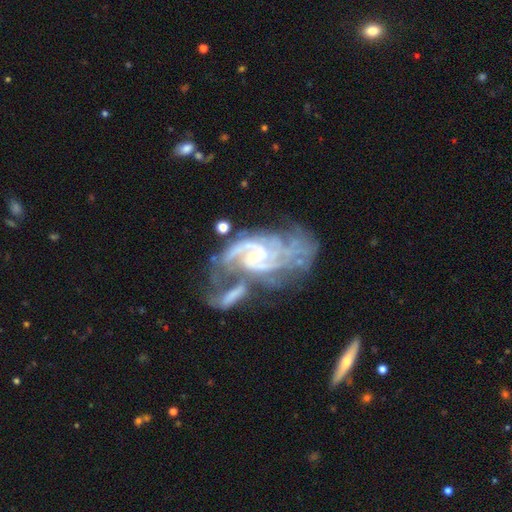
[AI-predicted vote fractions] Smooth or featured: featured or disk — 90% (star or artifact — 6%)
Edge-on disk: no — 97% (yes — 3%)
Bar: no — 44% (weak — 42%)
Spiral arms: yes — 97% (no — 3%)
Spiral winding: medium — 46% (tight — 38%)
Spiral arm count: 2 — 46% (3 — 18%)
Bulge size: small — 71% (moderate — 17%)
Merging: merger — 39% (major disturbance — 23%)